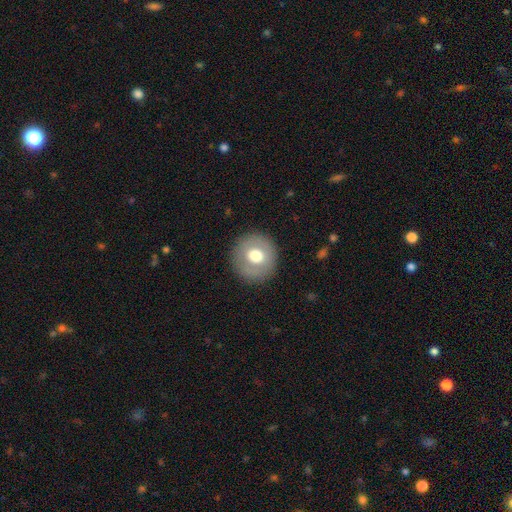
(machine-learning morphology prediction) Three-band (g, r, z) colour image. It shows a smooth galaxy with no disk features (65%) that is round (94%). Merging: none (89%).